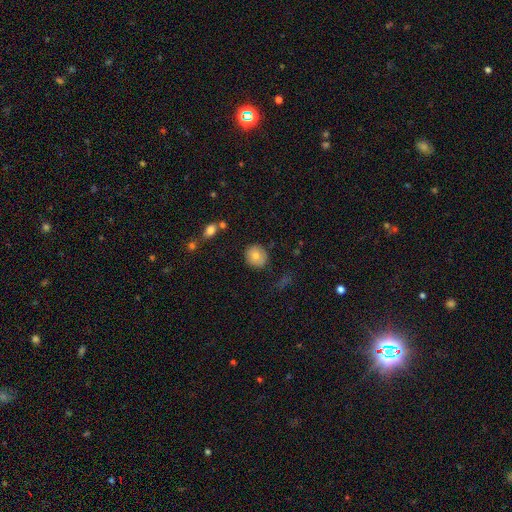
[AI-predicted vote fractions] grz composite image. It shows a smooth galaxy with no disk features (76%) that is round (86%). Merging: none (82%).